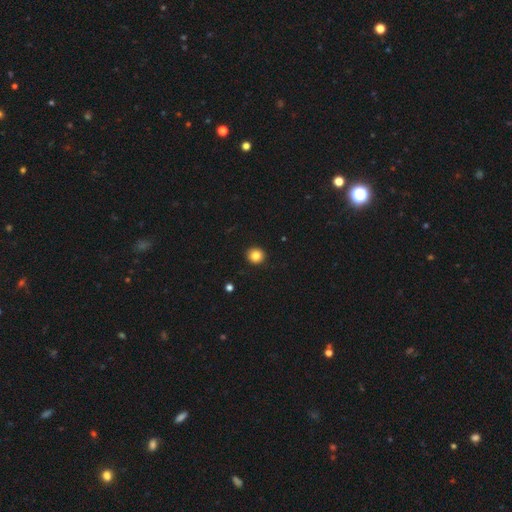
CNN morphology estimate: This appears to be a smooth galaxy with no disk features (83%) that is round (93%). Merging: none (93%).